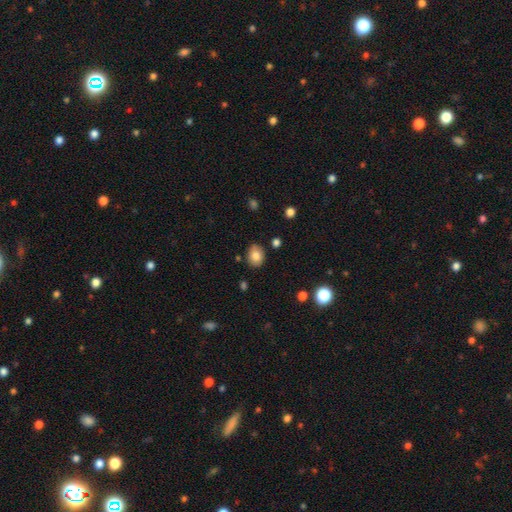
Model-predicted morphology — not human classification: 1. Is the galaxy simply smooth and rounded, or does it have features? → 82% smooth, 9% star or artifact, 9% featured or disk.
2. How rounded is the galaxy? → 52% in between, 47% round, 1% cigar-shaped.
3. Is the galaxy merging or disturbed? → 83% none, 12% minor disturbance, 3% major disturbance, 2% merger.